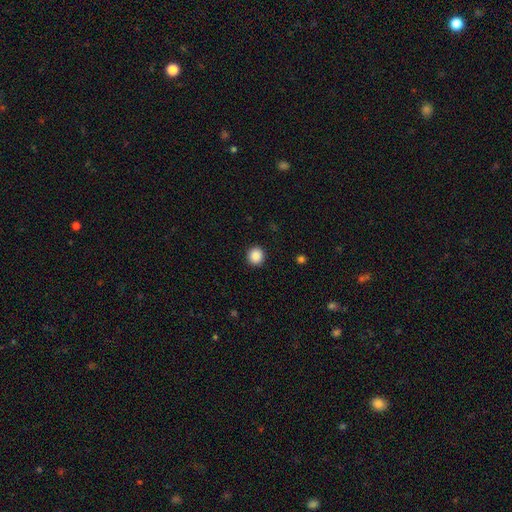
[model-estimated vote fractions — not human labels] Q: Smooth or featured?
A: smooth (88%); runner-up: star or artifact (9%)
Q: How rounded?
A: round (93%); runner-up: in between (6%)
Q: Merging?
A: none (92%); runner-up: minor disturbance (5%)